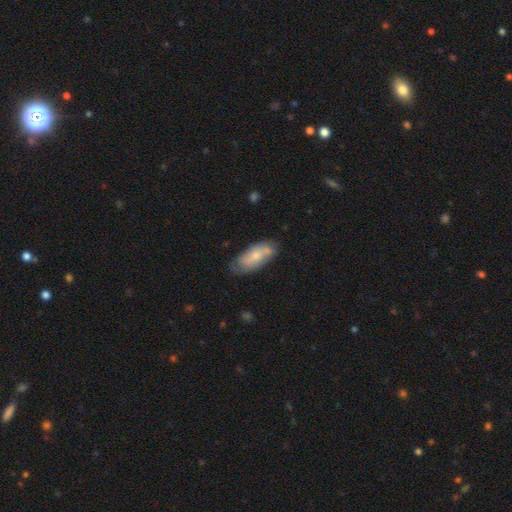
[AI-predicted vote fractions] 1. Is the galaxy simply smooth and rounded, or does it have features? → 61% smooth, 32% featured or disk, 6% star or artifact.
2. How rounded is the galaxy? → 80% in between, 18% cigar-shaped, 2% round.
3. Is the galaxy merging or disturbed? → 60% none, 27% minor disturbance, 7% major disturbance, 6% merger.